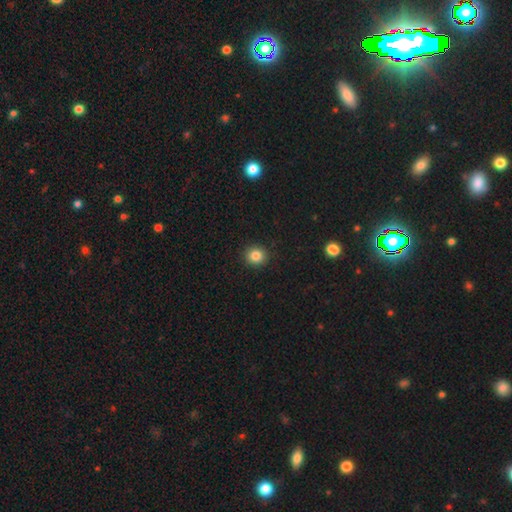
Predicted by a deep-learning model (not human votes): This is clearly a smooth galaxy (84%). How rounded: clearly round (87%). Merging: clearly none (92%).